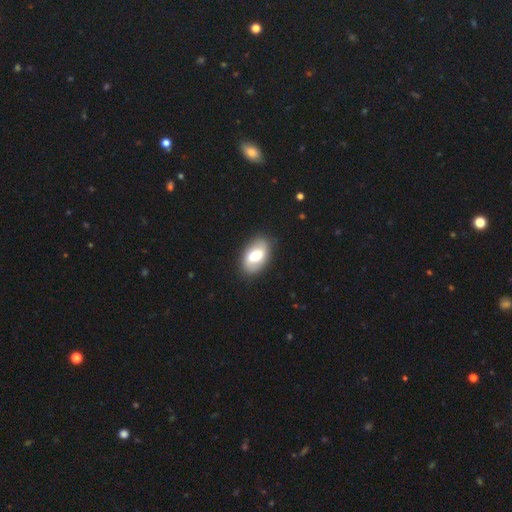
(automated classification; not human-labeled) Smooth or featured? Predicted: smooth (p=0.55). How rounded? Predicted: in between (p=0.91). Merging? Predicted: none (p=0.86).